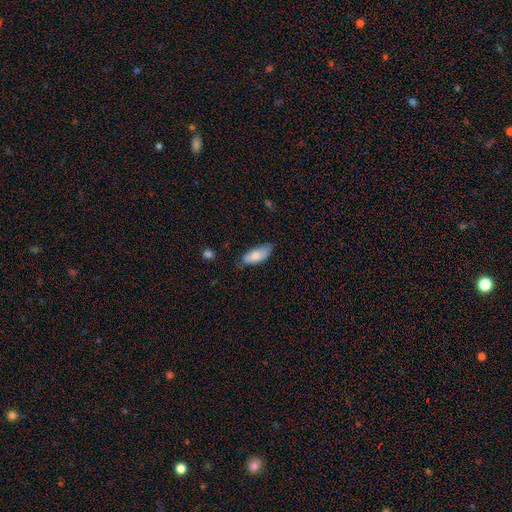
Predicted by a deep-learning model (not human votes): A smooth galaxy with no disk features (81%) that is in between round and cigar-shaped (84%). Merging: none (65%).